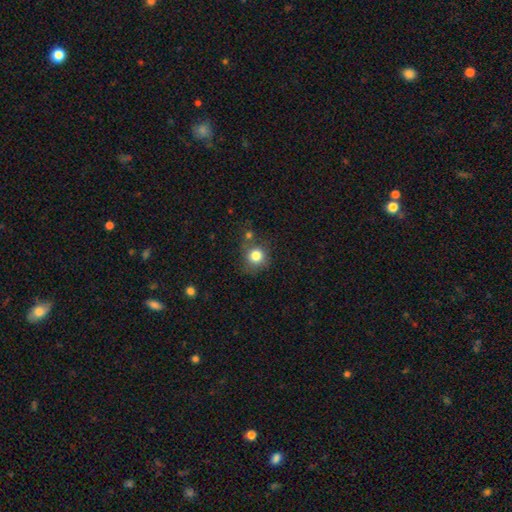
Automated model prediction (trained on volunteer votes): Smooth or featured? Predicted: smooth (p=0.82). How rounded? Predicted: round (p=0.87). Merging? Predicted: none (p=0.67).